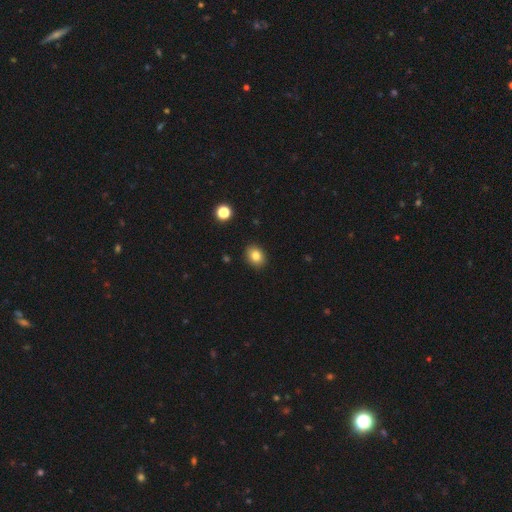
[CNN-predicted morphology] type=smooth (82%); roundness=in between (57%); merging=none (90%).